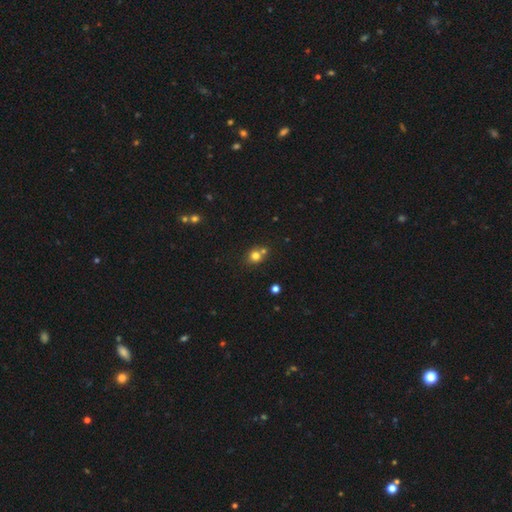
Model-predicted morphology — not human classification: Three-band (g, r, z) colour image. It shows a smooth galaxy with no disk features (76%) that is round (84%). Merging: none (59%).